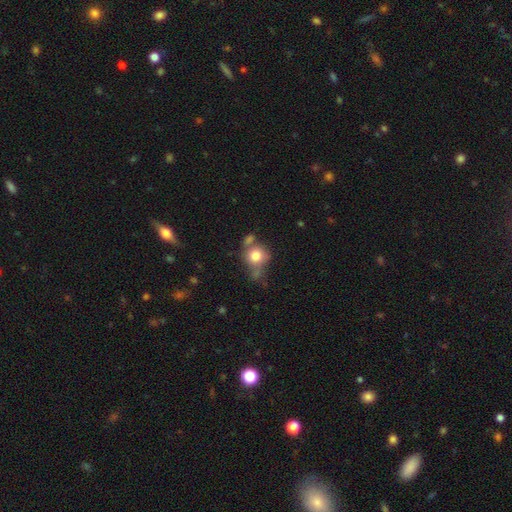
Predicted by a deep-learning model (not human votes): The model was most divided on "merging": none: 44%, merger: 26%, minor disturbance: 19%, major disturbance: 10%. More confident: how rounded — round (79%); smooth or featured — smooth (76%).